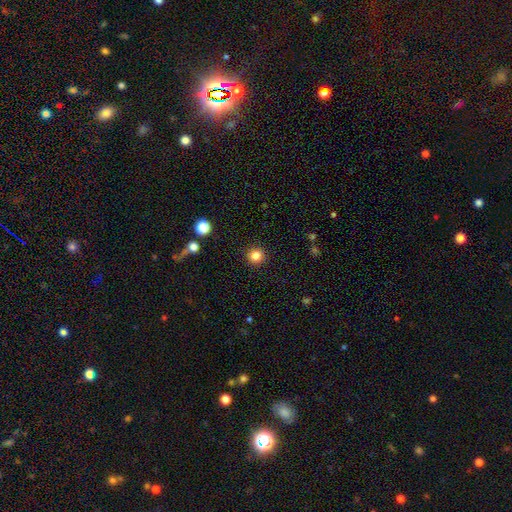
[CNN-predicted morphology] Q: Smooth or featured?
A: smooth (84%); runner-up: star or artifact (12%)
Q: How rounded?
A: round (93%); runner-up: in between (6%)
Q: Merging?
A: none (92%); runner-up: minor disturbance (5%)